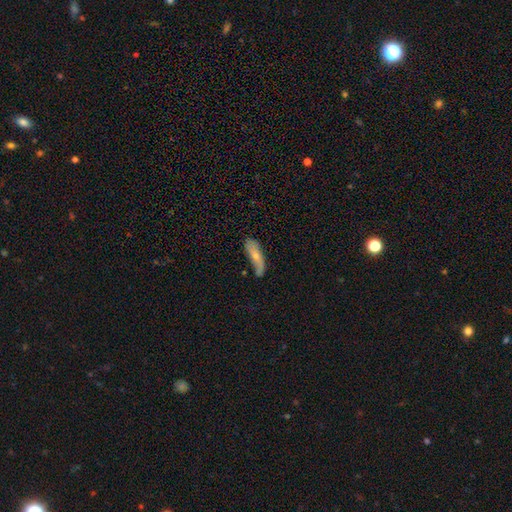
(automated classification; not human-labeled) This is possibly a smooth galaxy (58%). How rounded: possibly cigar-shaped (50%). Merging: possibly none (47%).